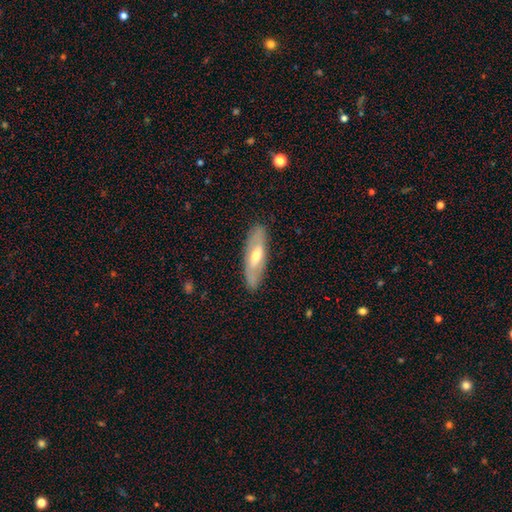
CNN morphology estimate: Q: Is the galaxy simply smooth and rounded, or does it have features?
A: featured or disk — 57%.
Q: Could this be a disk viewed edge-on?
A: no — 60%.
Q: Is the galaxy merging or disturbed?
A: none — 87%.